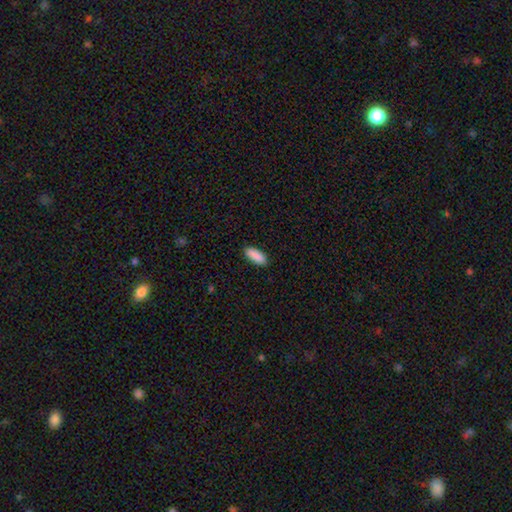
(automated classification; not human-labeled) A smooth galaxy with no disk features (90%) that is in between round and cigar-shaped (74%).

Vote fractions:
- Smooth or featured? smooth: 90% / star or artifact: 6% / featured or disk: 3%
- How rounded? in between: 74% / cigar-shaped: 25% / round: 2%
- Merging? none: 89% / minor disturbance: 8% / major disturbance: 2% / merger: 1%